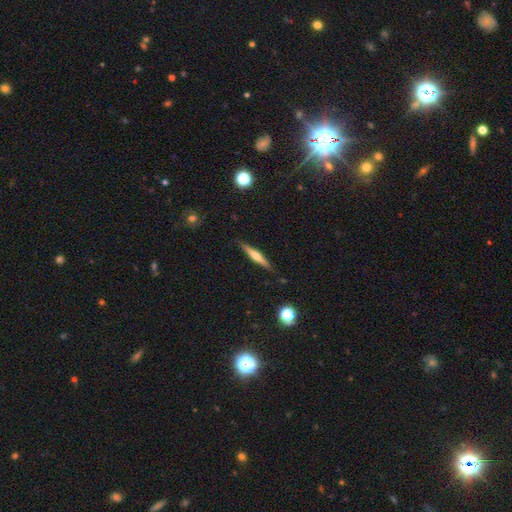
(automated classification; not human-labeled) Smooth or featured? Predicted: featured or disk (p=0.55). Edge-on disk? Predicted: yes (p=0.96). Edge-on bulge? Predicted: rounded (p=0.74). Merging? Predicted: none (p=0.86).